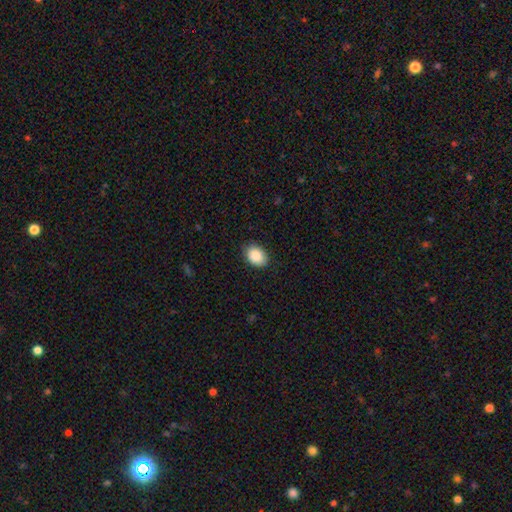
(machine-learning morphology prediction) smooth-or-featured: smooth: 89% | star or artifact: 7% | featured or disk: 4%
  how-rounded: in between: 75% | round: 24% | cigar-shaped: 1%
  merging: none: 86% | minor disturbance: 11% | major disturbance: 2% | merger: 1%